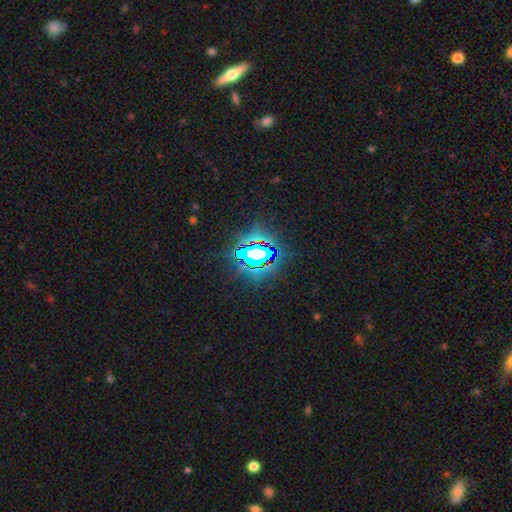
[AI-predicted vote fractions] A star or artifact, not a galaxy (75%).

Vote fractions:
- Smooth or featured? star or artifact: 75% / smooth: 13% / featured or disk: 12%